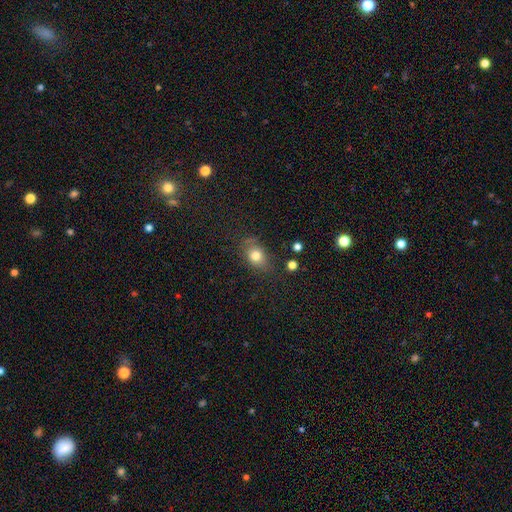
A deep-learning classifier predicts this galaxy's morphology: Smooth or featured? Predicted: smooth (p=0.77). How rounded? Predicted: in between (p=0.61). Merging? Predicted: none (p=0.70).